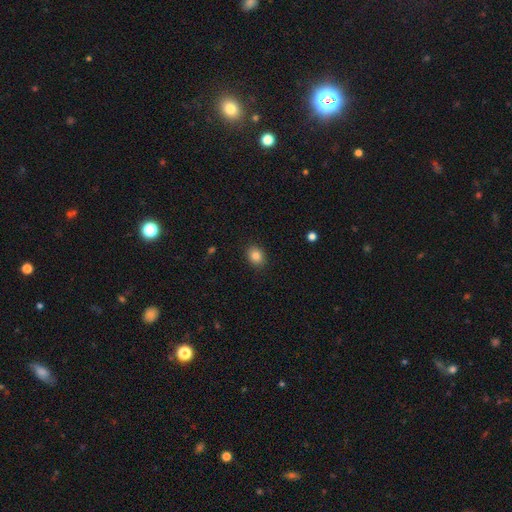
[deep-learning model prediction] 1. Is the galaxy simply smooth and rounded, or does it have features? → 85% smooth, 10% star or artifact, 5% featured or disk.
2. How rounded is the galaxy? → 51% round, 48% in between, 1% cigar-shaped.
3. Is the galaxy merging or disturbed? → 89% none, 8% minor disturbance, 2% major disturbance, 1% merger.